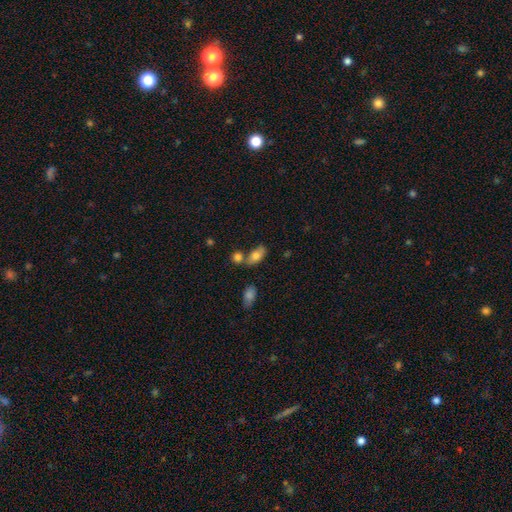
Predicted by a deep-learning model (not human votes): smooth-or-featured: smooth: 79% | featured or disk: 13% | star or artifact: 8%
  how-rounded: in between: 88% | round: 7% | cigar-shaped: 5%
  merging: none: 54% | merger: 25% | minor disturbance: 16% | major disturbance: 5%